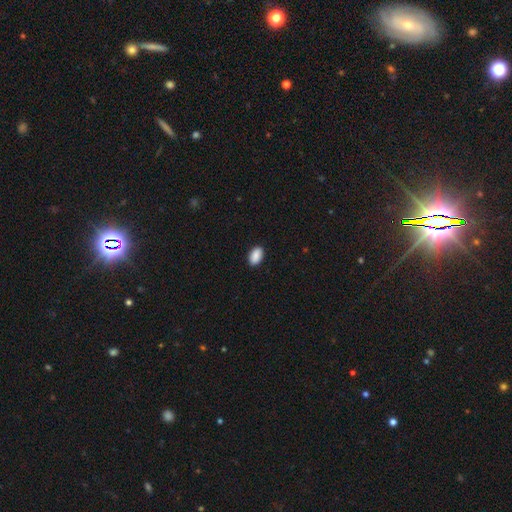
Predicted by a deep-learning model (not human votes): A smooth galaxy with no disk features (89%) that is in between round and cigar-shaped (93%). Merging: none (89%).